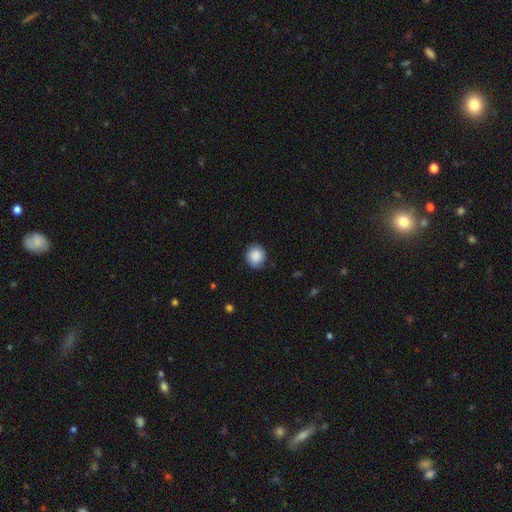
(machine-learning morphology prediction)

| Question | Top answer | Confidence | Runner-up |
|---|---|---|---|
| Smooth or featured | smooth | 88% | star or artifact (7%) |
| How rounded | round | 83% | in between (16%) |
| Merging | none | 84% | minor disturbance (13%) |